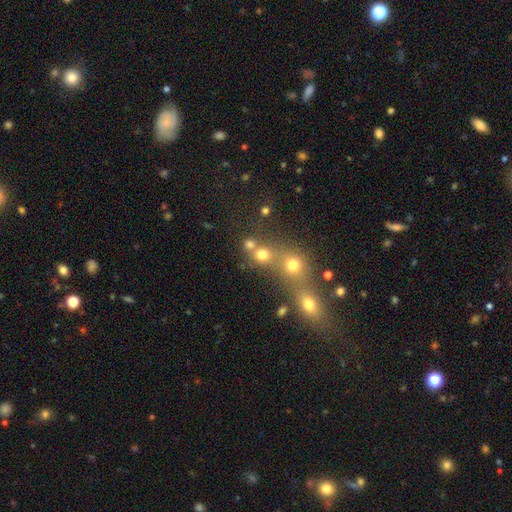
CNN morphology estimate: type=smooth (66%); roundness=round (82%); merging=none (45%).